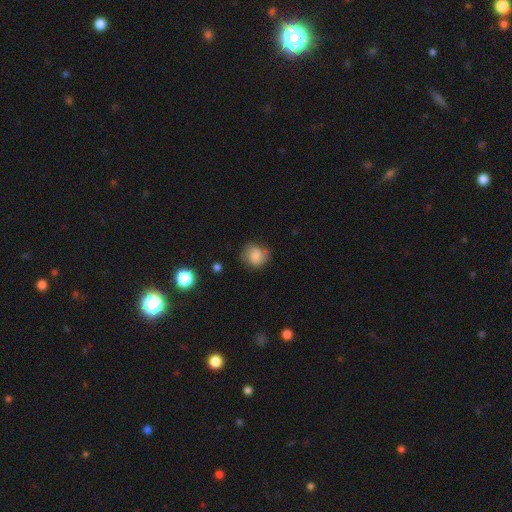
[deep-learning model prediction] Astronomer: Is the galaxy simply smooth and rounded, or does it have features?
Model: smooth — 70%.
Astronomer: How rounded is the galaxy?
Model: round — 78%.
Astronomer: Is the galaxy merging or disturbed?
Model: none — 67%.